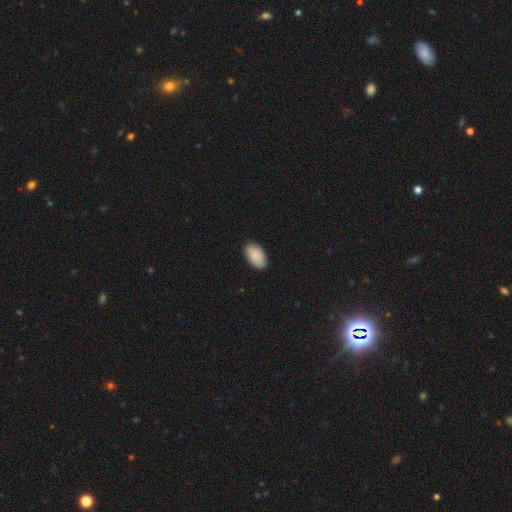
smooth_or_featured: smooth (p=0.92) [alt: star or artifact p=0.05]
how_rounded: in between (p=0.97) [alt: round p=0.03]
merging: none (p=0.84) [alt: minor disturbance p=0.11]